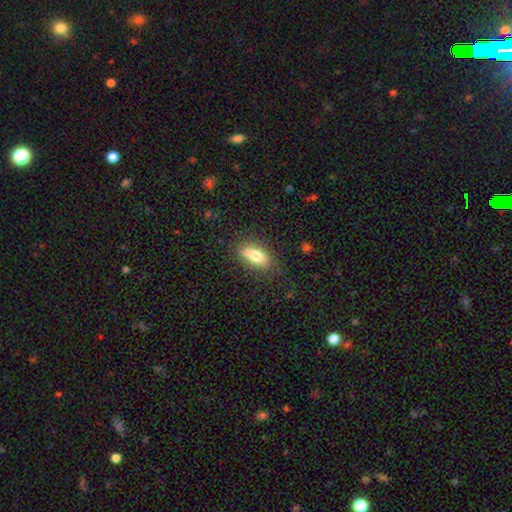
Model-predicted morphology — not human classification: Overall: smooth (73%). How rounded: in between (83%). Merging: none (56%; merger 22%).